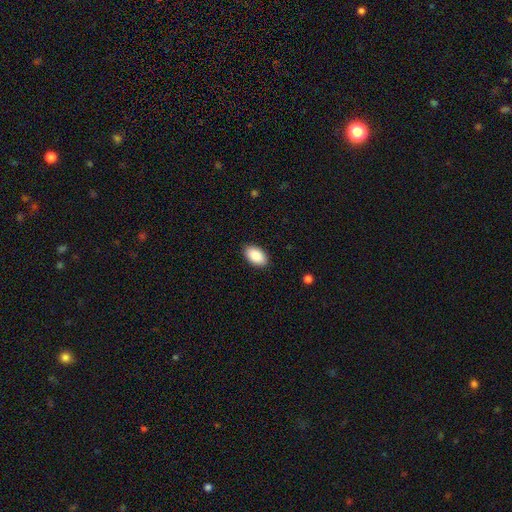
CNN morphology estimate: smooth 89%, star or artifact 6%, featured or disk 4%. Down the decision tree: how rounded — in between (94%); merging — none (89%).